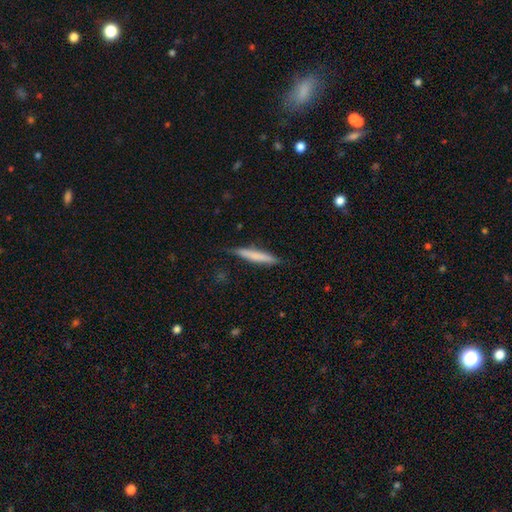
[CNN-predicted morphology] This is likely a smooth galaxy (72%). How rounded: clearly cigar-shaped (94%). Merging: clearly none (83%).